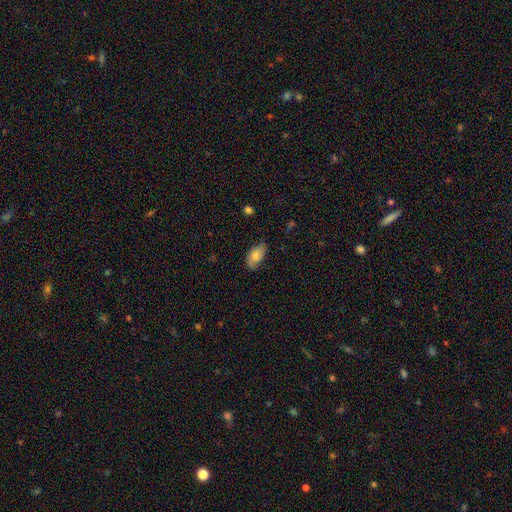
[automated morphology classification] Smooth or featured? Predicted: smooth (p=0.70). How rounded? Predicted: in between (p=0.93). Merging? Predicted: none (p=0.68).